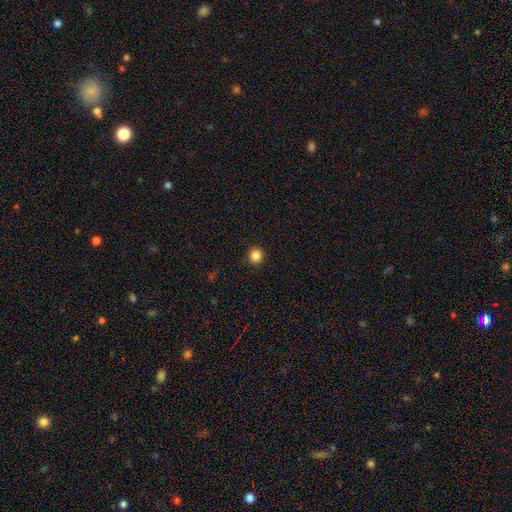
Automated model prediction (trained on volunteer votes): Smooth or featured? smooth (86%)
How rounded? round (89%)
Merging? none (91%)